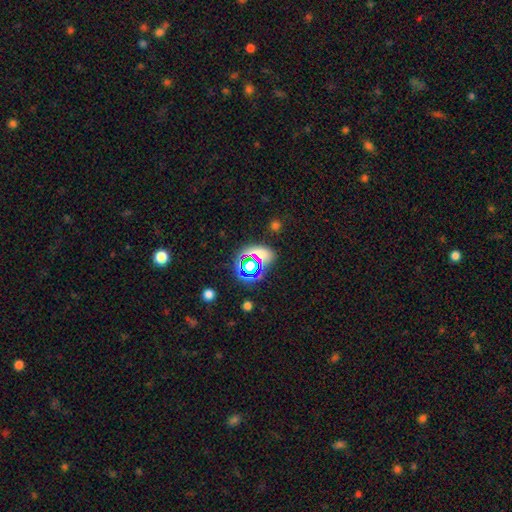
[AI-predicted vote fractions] Smooth or featured? star or artifact (47%)